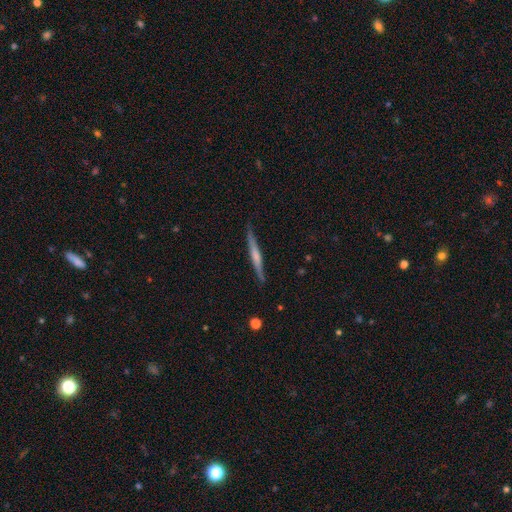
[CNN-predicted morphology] featured or disk 54%, smooth 40%, star or artifact 6%. Down the decision tree: edge-on disk — yes (97%); edge-on bulge — none (42%); merging — none (85%).